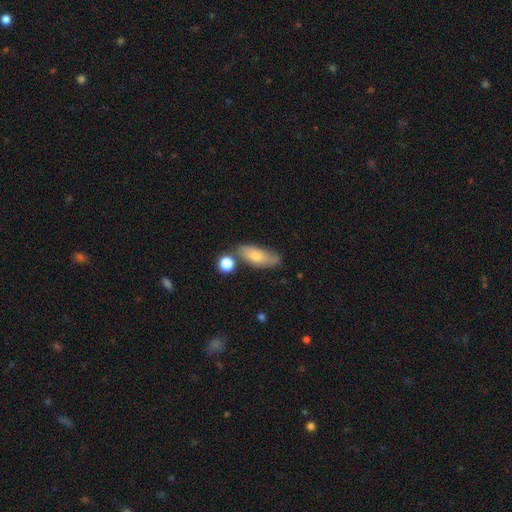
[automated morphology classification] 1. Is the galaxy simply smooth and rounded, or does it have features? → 66% smooth, 26% featured or disk, 8% star or artifact.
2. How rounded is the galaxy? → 74% in between, 22% cigar-shaped, 4% round.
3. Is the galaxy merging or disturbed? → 63% none, 21% minor disturbance, 10% merger, 6% major disturbance.